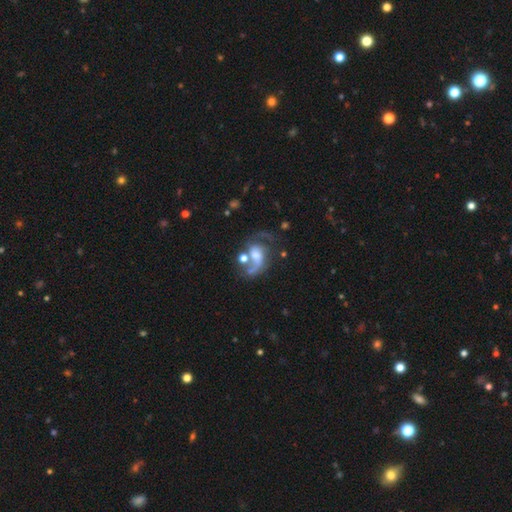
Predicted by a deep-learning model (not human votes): The model was most divided on "merging": none: 34%, major disturbance: 29%, merger: 23%, minor disturbance: 15%. Remaining: edge-on disk — no (98%); spiral arms — yes (90%); smooth or featured — featured or disk (76%); spiral arm count — 2 (58%); spiral winding — loose (55%); bar — no (55%); bulge size — moderate (38%).